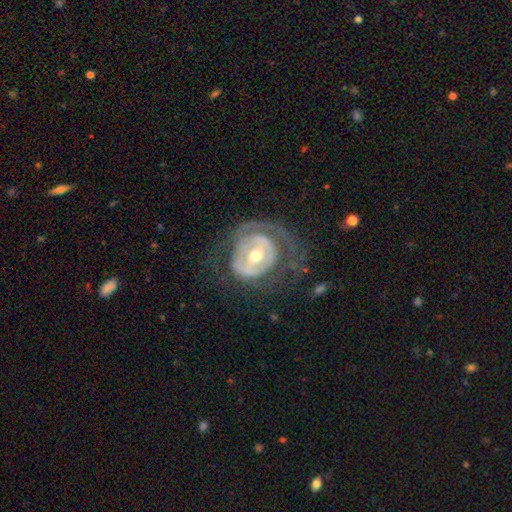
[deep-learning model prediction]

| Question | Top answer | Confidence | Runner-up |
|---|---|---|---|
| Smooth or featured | featured or disk | 78% | smooth (17%) |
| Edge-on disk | no | 96% | yes (4%) |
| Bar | no | 39% | tied: weak (39%) |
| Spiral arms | yes | 70% | no (30%) |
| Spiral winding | tight | 56% | medium (28%) |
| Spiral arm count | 2 | 35% | can't tell (31%) |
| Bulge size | moderate | 61% | small (33%) |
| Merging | none | 49% | major disturbance (30%) |